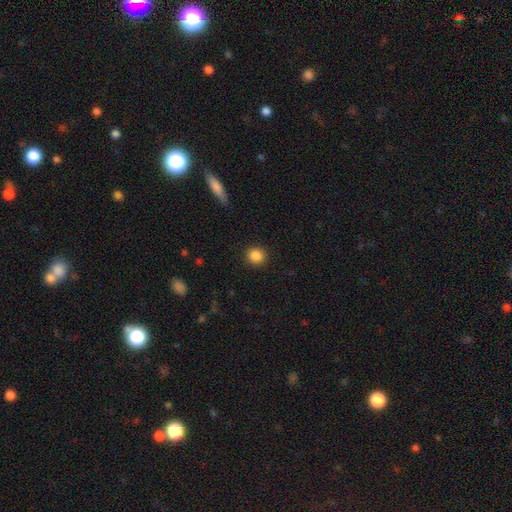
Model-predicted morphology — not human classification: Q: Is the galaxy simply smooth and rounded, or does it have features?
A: smooth — 87%.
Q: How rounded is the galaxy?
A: round — 90%.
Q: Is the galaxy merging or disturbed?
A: none — 91%.